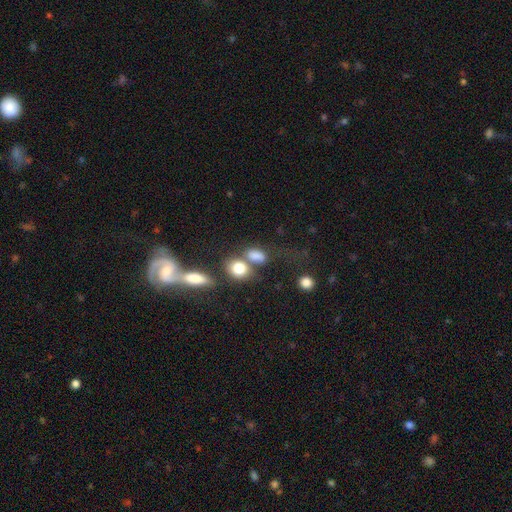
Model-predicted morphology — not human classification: Overall: smooth (80%). How rounded: in between (66%; round 31%). Merging: merger (40%; none 37%).